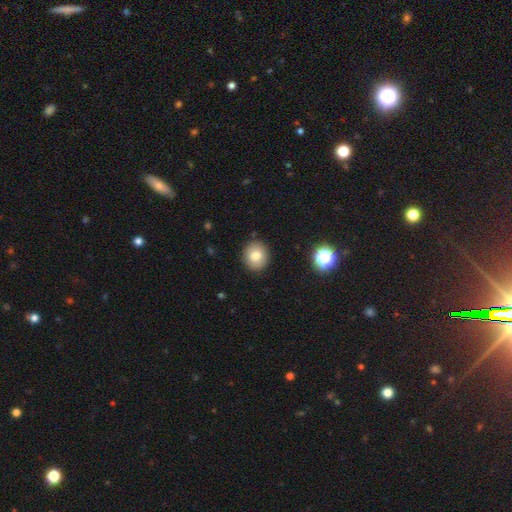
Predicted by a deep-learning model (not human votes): smooth-or-featured: smooth: 78% | featured or disk: 11% | star or artifact: 11%
  how-rounded: round: 80% | in between: 19% | cigar-shaped: 1%
  merging: none: 90% | minor disturbance: 7% | major disturbance: 2% | merger: 1%